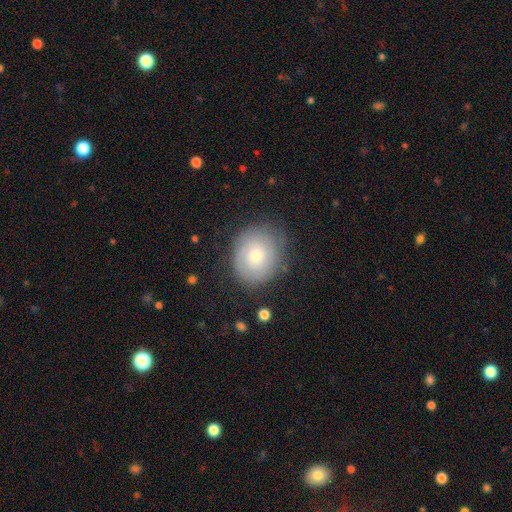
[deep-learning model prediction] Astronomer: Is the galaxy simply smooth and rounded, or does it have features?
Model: smooth — 50% (runner-up: featured or disk, 41%).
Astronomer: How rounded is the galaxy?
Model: round — 74%.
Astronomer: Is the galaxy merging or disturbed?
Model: none — 78%.